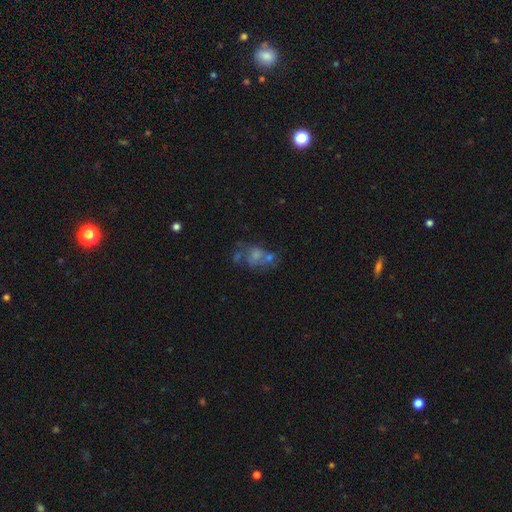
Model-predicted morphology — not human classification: type=featured or disk (47%); merging=merger (32%).